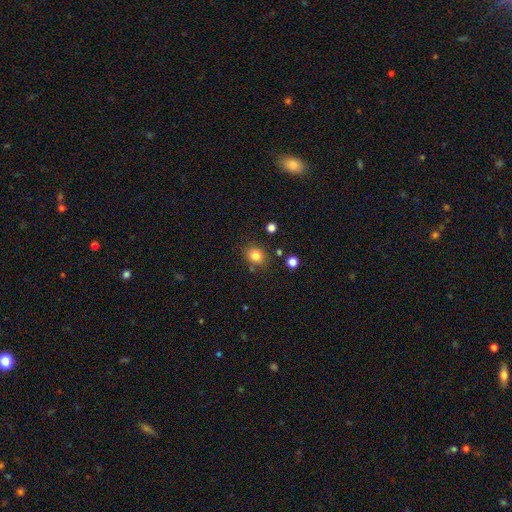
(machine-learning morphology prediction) A smooth galaxy with no disk features (82%) that is round (72%). Merging: none (82%).